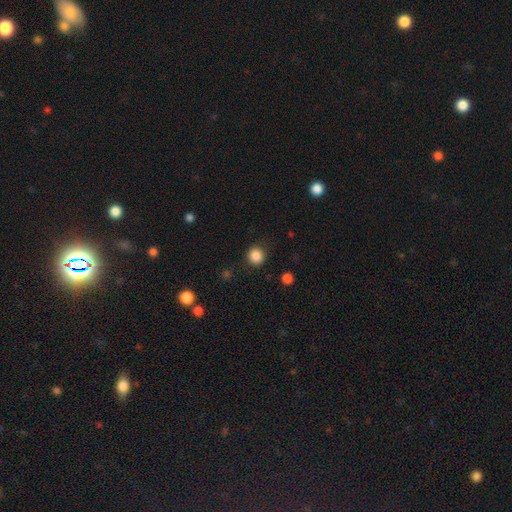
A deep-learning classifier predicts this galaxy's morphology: Overall: smooth (86%). How rounded: round (91%). Merging: none (89%).